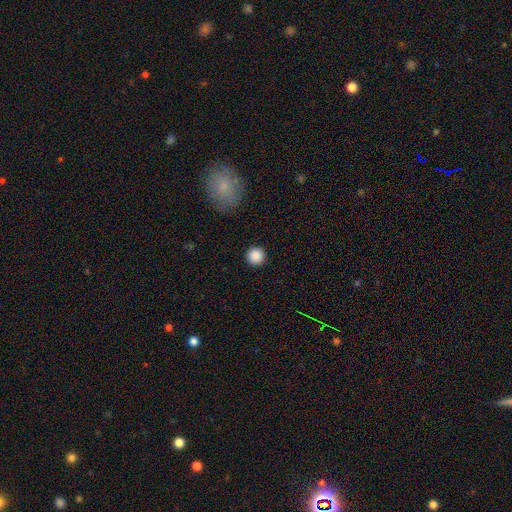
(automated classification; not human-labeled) smooth-or-featured: smooth: 87% | star or artifact: 10% | featured or disk: 3%
  how-rounded: round: 96% | in between: 3% | cigar-shaped: 1%
  merging: none: 92% | minor disturbance: 5% | major disturbance: 2% | merger: 1%